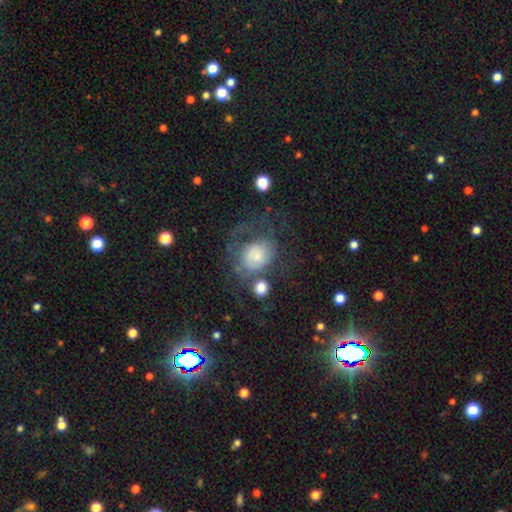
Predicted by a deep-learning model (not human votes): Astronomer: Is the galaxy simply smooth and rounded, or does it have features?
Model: featured or disk — 47% (runner-up: smooth, 43%).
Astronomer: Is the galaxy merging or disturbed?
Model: major disturbance — 34% (runner-up: none, 33%).